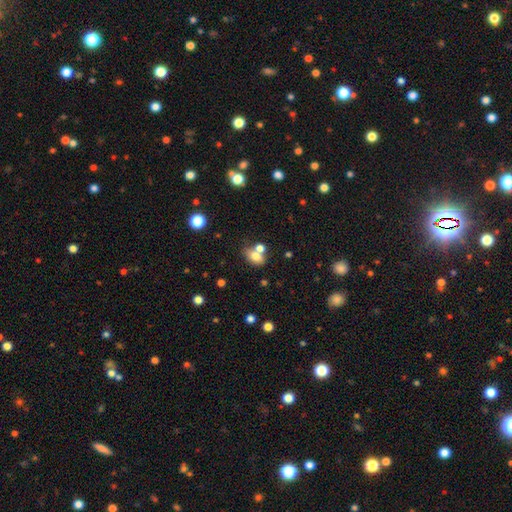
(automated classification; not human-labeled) smooth_or_featured: smooth (p=0.74) [alt: featured or disk p=0.14]
how_rounded: in between (p=0.77) [alt: round p=0.20]
merging: none (p=0.46) [alt: merger p=0.37]